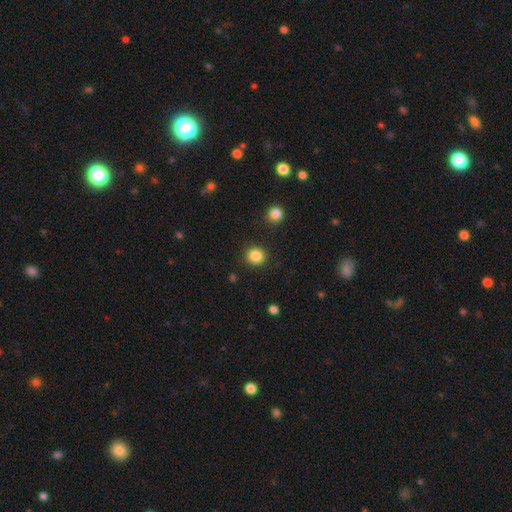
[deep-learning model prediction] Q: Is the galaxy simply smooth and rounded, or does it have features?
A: smooth — 86%.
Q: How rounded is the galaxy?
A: round — 86%.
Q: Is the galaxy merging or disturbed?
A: none — 90%.